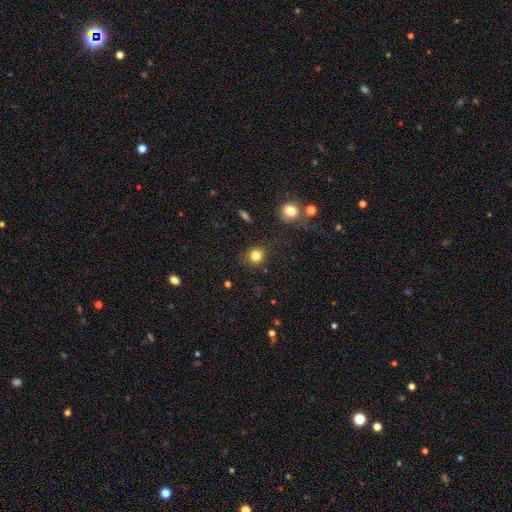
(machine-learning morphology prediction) type=smooth (81%); roundness=round (82%); merging=none (83%).